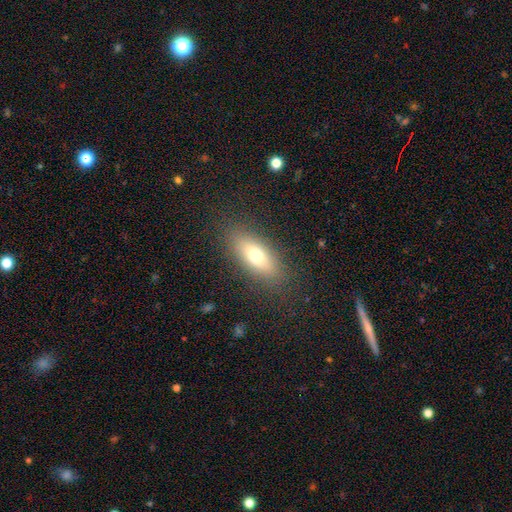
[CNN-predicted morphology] Q: Smooth or featured?
A: smooth (69%); runner-up: featured or disk (22%)
Q: How rounded?
A: in between (73%); runner-up: cigar-shaped (23%)
Q: Merging?
A: none (85%); runner-up: minor disturbance (10%)